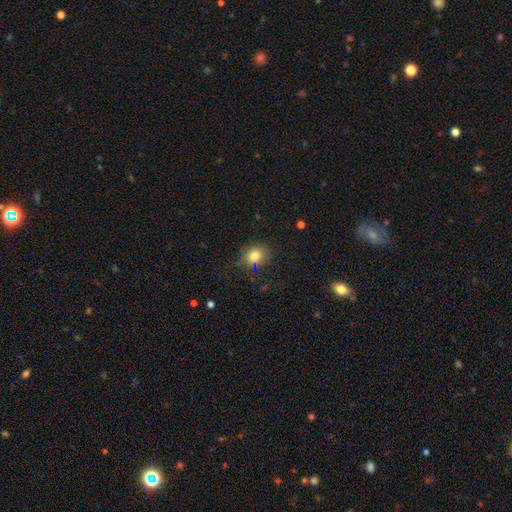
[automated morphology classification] smooth 77%, star or artifact 14%, featured or disk 9%. Down the decision tree: how rounded — round (56%); merging — none (76%).